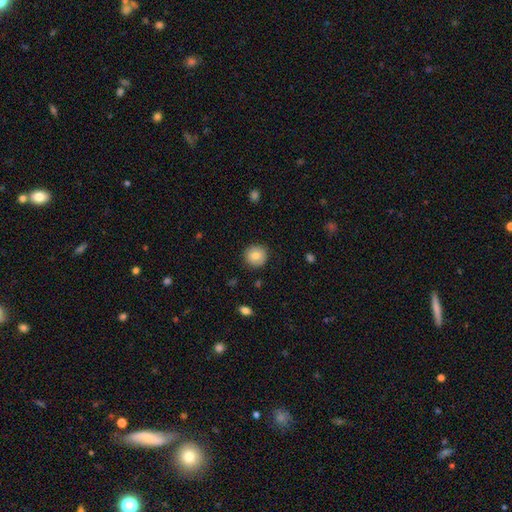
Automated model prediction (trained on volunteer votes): A smooth galaxy with no disk features (81%) that is round (93%).

Vote fractions:
- Smooth or featured? smooth: 81% / featured or disk: 11% / star or artifact: 8%
- How rounded? round: 93% / in between: 6% / cigar-shaped: 1%
- Merging? none: 90% / minor disturbance: 7% / major disturbance: 2% / merger: 1%